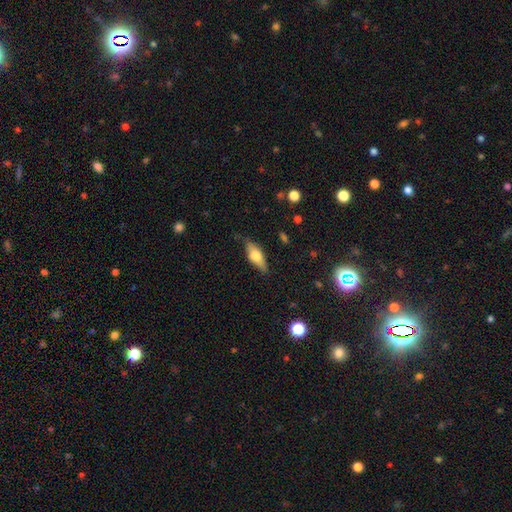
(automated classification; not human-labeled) smooth 56%, featured or disk 37%, star or artifact 7%. Down the decision tree: how rounded — in between (67%); merging — none (79%).